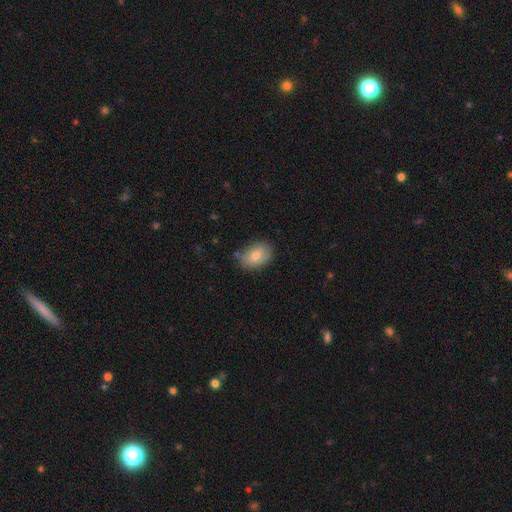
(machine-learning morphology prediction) smooth_or_featured: smooth (p=0.78) [alt: featured or disk p=0.14]
how_rounded: in between (p=0.78) [alt: round p=0.21]
merging: none (p=0.79) [alt: minor disturbance p=0.15]